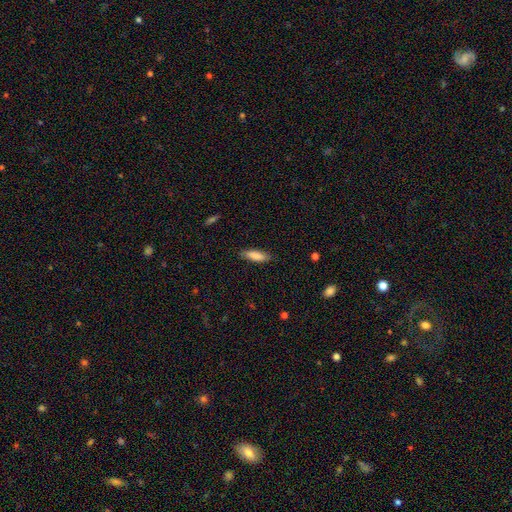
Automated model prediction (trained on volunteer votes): Overall: smooth (85%). How rounded: cigar-shaped (53%; in between 46%). Merging: none (85%).